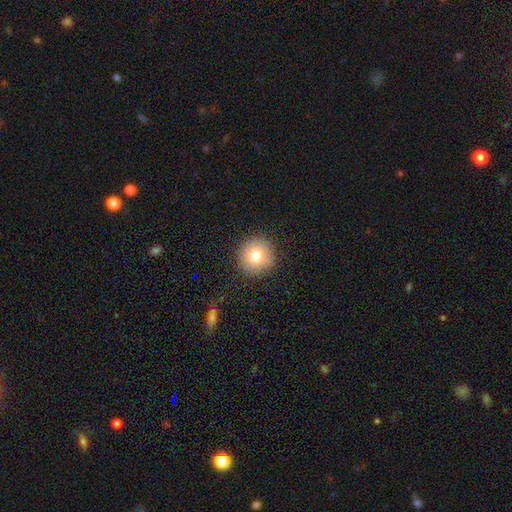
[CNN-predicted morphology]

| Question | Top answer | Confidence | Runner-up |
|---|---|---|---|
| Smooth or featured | smooth | 78% | featured or disk (11%) |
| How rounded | round | 95% | in between (4%) |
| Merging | none | 90% | minor disturbance (7%) |